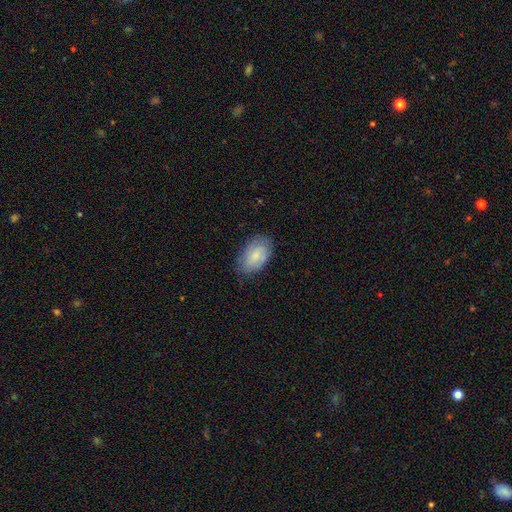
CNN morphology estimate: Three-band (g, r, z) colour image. It shows a smooth galaxy with no disk features (57%) that is in between round and cigar-shaped (92%). Merging: none (72%).